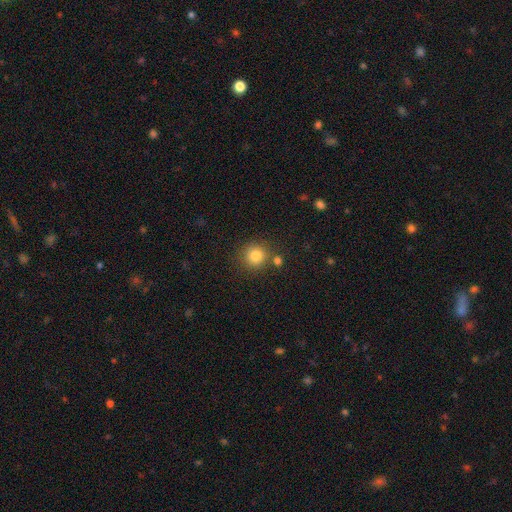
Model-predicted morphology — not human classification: smooth 82%, star or artifact 12%, featured or disk 7%. Down the decision tree: how rounded — round (92%); merging — none (77%).